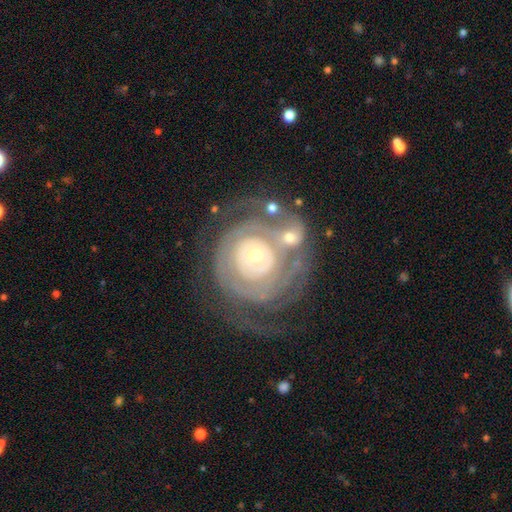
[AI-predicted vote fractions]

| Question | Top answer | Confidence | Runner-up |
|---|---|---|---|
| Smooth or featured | featured or disk | 83% | smooth (11%) |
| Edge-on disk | no | 97% | yes (3%) |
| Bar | no | 84% | weak (11%) |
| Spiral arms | yes | 81% | no (19%) |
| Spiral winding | tight | 82% | medium (12%) |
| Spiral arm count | can't tell | 46% | 2 (20%) |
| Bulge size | small | 68% | moderate (26%) |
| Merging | none | 55% | minor disturbance (16%) |